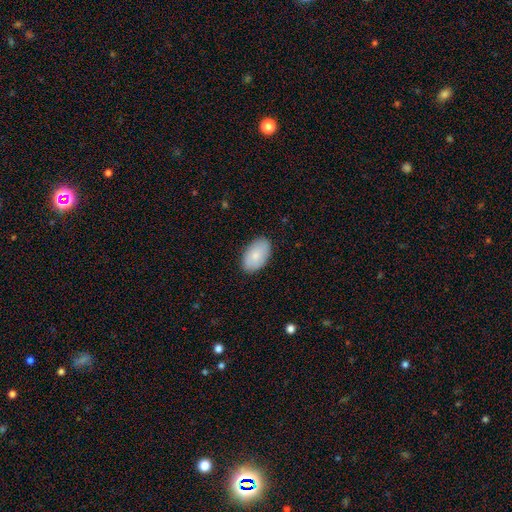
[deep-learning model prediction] A smooth galaxy with no disk features (83%) that is in between round and cigar-shaped (94%). Merging: none (87%).